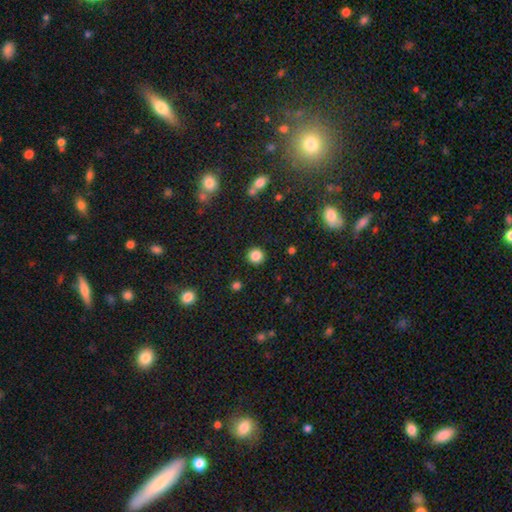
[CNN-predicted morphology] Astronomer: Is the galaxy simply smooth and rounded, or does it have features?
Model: smooth — 85%.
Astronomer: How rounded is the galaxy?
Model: round — 92%.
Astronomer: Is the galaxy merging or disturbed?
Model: none — 91%.